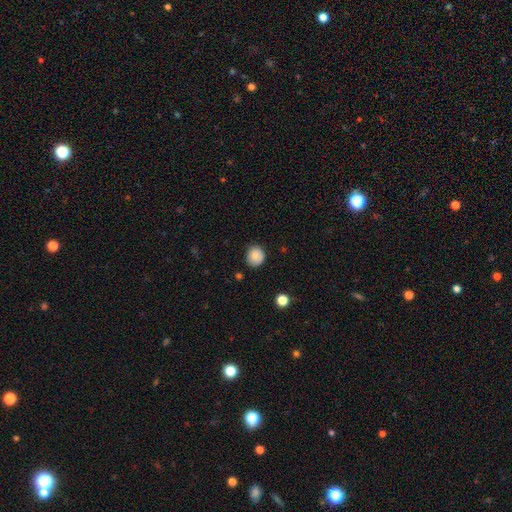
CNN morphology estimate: Smooth or featured? Predicted: smooth (p=0.84). How rounded? Predicted: round (p=0.83). Merging? Predicted: none (p=0.82).